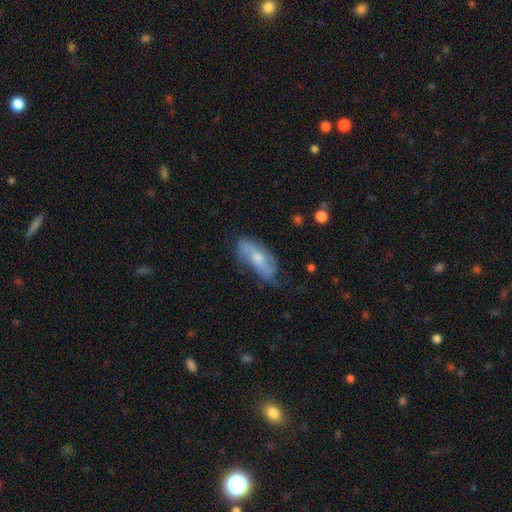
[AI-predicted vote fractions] Smooth or featured?
  - featured or disk: 55% *
  - smooth: 37%
  - star or artifact: 8%
Edge-on disk?
  - no: 82% *
  - yes: 18%
Merging?
  - none: 61% *
  - minor disturbance: 27%
  - major disturbance: 10%
  - merger: 2%